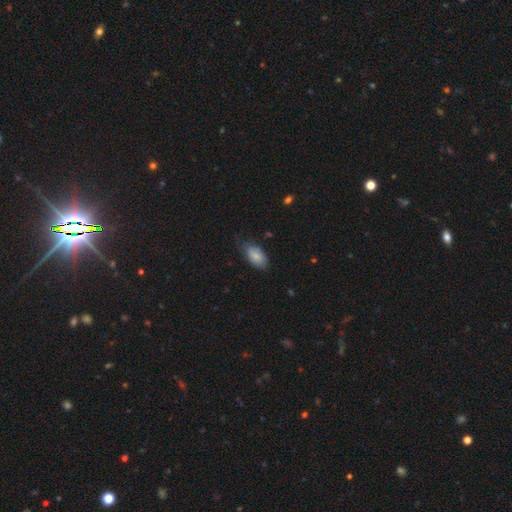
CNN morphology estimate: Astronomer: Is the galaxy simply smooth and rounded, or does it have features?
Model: smooth — 79%.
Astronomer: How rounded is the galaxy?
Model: in between — 93%.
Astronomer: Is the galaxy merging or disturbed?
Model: none — 60%.